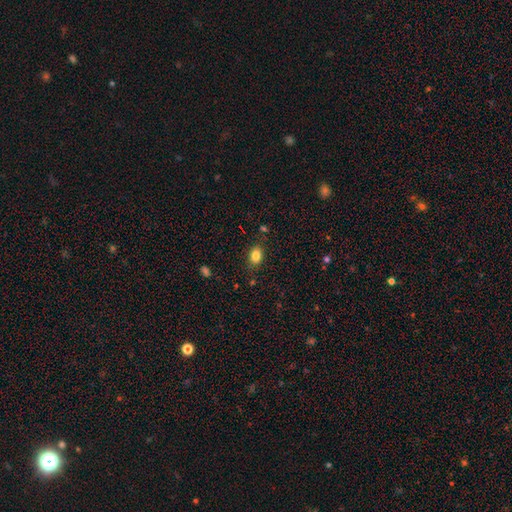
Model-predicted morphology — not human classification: This appears to be a smooth galaxy with no disk features (83%) that is in between round and cigar-shaped (73%). Merging: none (82%).